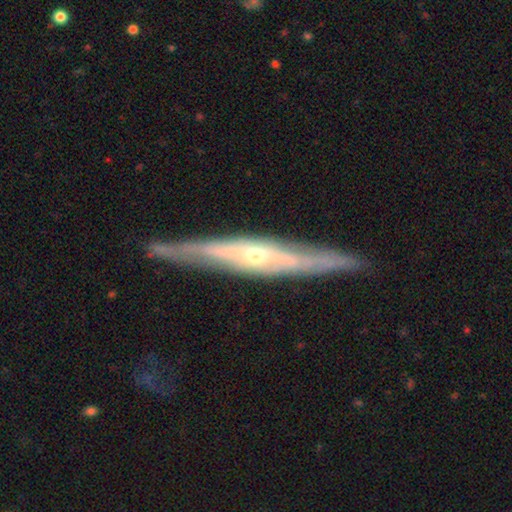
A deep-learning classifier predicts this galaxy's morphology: The model was most divided on "edge-on bulge": rounded: 73%, none: 14%, boxy: 13%. More confident: edge-on disk — yes (91%); merging — none (86%); smooth or featured — featured or disk (83%).